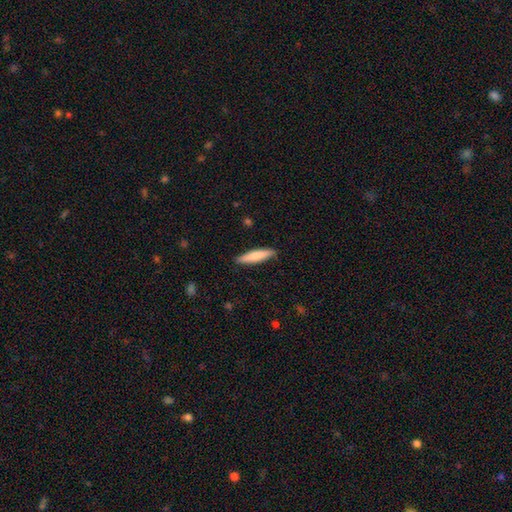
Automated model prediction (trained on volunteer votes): This appears to be a smooth galaxy with no disk features (74%) that is cigar-shaped (84%). Merging: none (89%).